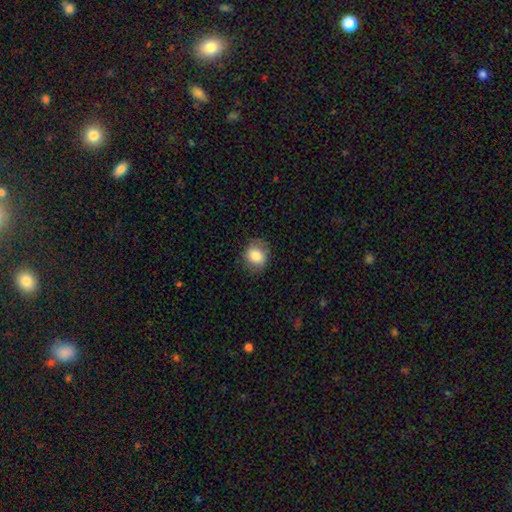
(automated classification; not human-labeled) smooth_or_featured: smooth (p=0.84) [alt: featured or disk p=0.08]
how_rounded: round (p=0.58) [alt: in between p=0.41]
merging: none (p=0.80) [alt: minor disturbance p=0.15]